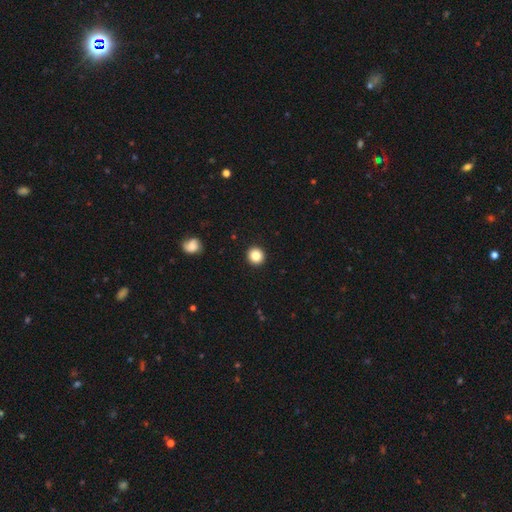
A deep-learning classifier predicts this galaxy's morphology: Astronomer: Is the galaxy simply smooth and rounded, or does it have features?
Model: smooth — 85%.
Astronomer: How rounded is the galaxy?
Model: round — 94%.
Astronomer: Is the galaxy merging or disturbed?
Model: none — 94%.